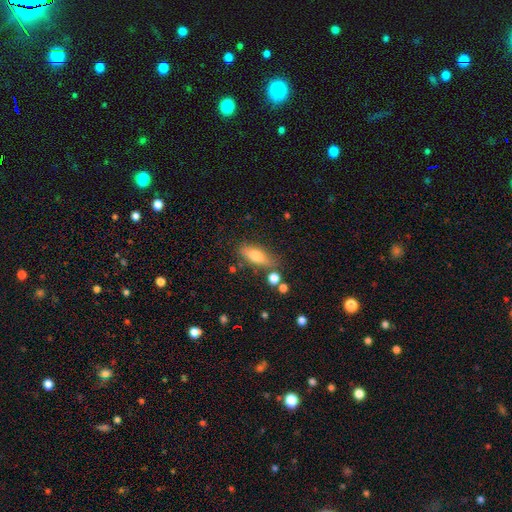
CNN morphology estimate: Smooth or featured? smooth (66%)
How rounded? in between (59%)
Merging? none (74%)